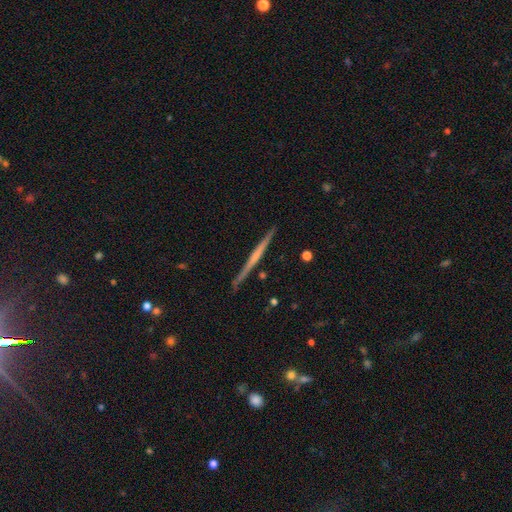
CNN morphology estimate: This is likely a featured or disk galaxy (64%). It is clearly viewed edge-on (98%). Edge-on bulge: likely none (74%). Merging: clearly none (91%).